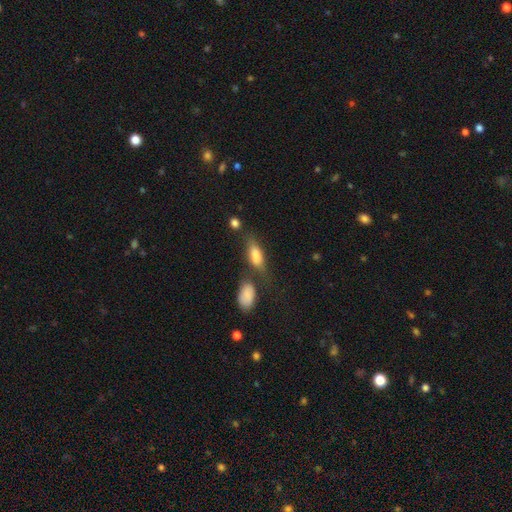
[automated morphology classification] Smooth or featured?
  - smooth: 74% *
  - featured or disk: 18%
  - star or artifact: 8%
How rounded?
  - in between: 71% *
  - cigar-shaped: 26%
  - round: 4%
Merging?
  - none: 50% *
  - minor disturbance: 20%
  - merger: 18%
  - major disturbance: 11%